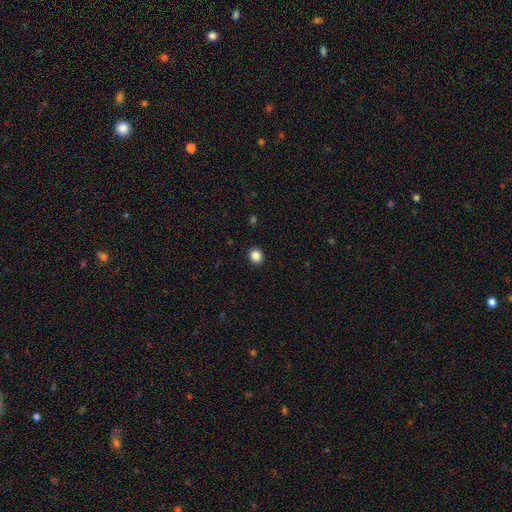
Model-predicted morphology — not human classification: Q: Smooth or featured?
A: smooth (86%); runner-up: star or artifact (11%)
Q: How rounded?
A: round (67%); runner-up: in between (32%)
Q: Merging?
A: none (92%); runner-up: minor disturbance (6%)